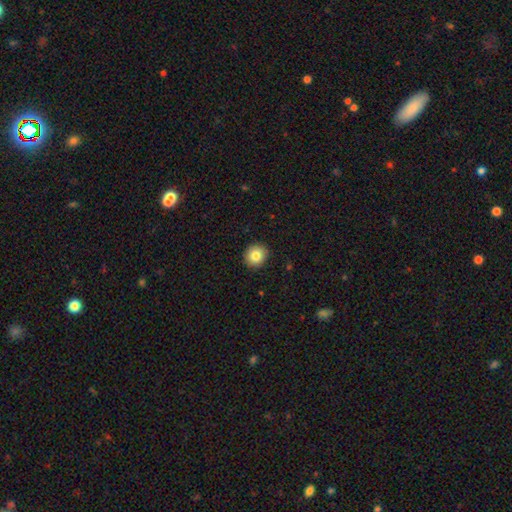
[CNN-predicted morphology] Smooth or featured?
  - smooth: 83% *
  - star or artifact: 9%
  - featured or disk: 8%
How rounded?
  - round: 85% *
  - in between: 14%
  - cigar-shaped: 1%
Merging?
  - none: 91% *
  - minor disturbance: 7%
  - major disturbance: 2%
  - merger: 1%